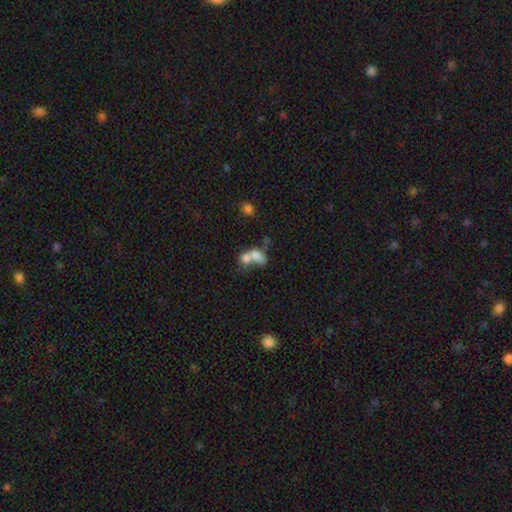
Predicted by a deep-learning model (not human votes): Q: Smooth or featured?
A: smooth (70%); runner-up: featured or disk (19%)
Q: How rounded?
A: in between (66%); runner-up: round (30%)
Q: Merging?
A: merger (67%); runner-up: none (18%)